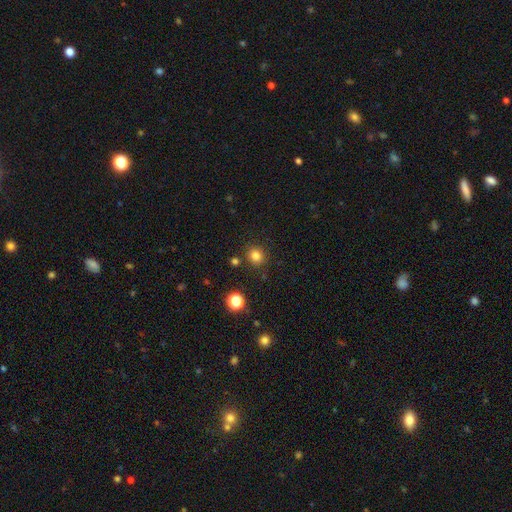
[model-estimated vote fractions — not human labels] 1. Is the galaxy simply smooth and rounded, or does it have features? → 81% smooth, 14% star or artifact, 5% featured or disk.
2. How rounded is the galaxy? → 88% round, 12% in between, 1% cigar-shaped.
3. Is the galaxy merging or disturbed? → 86% none, 8% minor disturbance, 4% merger, 3% major disturbance.